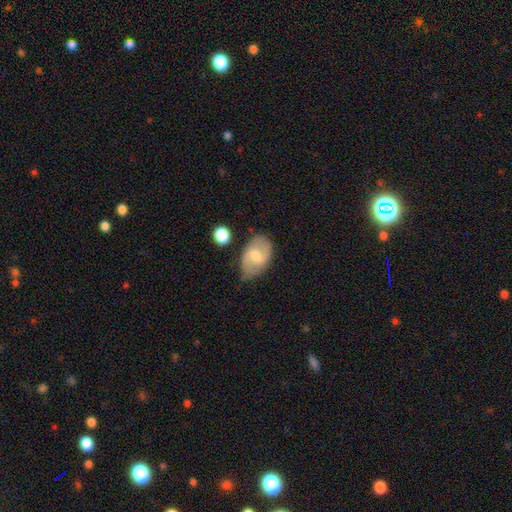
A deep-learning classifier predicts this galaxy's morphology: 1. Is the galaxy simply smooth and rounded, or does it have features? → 47% featured or disk (tied), 47% smooth (tied), 6% star or artifact.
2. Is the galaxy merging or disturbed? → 65% none, 26% minor disturbance, 6% major disturbance, 4% merger.